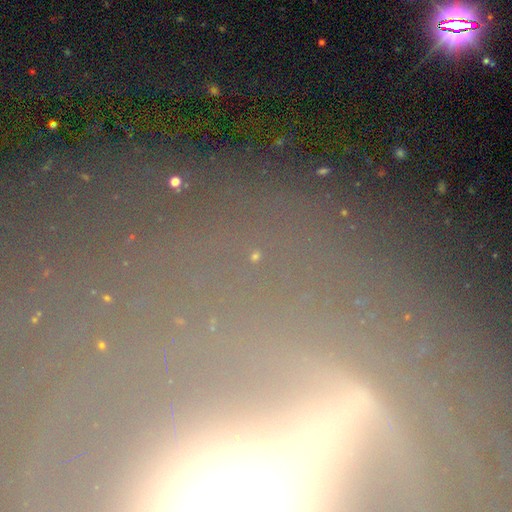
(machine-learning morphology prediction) This is likely a star or artifact rather than a galaxy (62%).